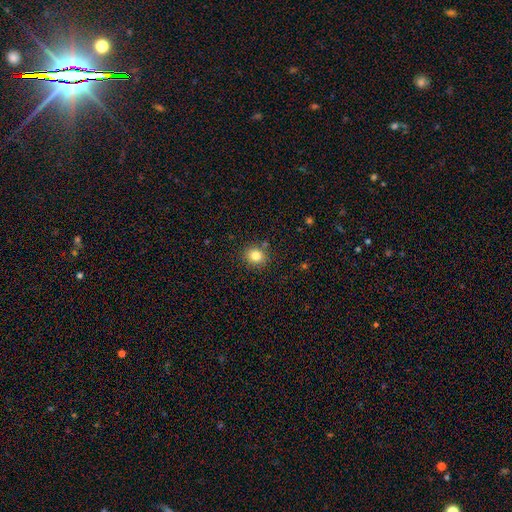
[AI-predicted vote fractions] Morphology: type=smooth (82%); roundness=round (82%); merging=none (84%).